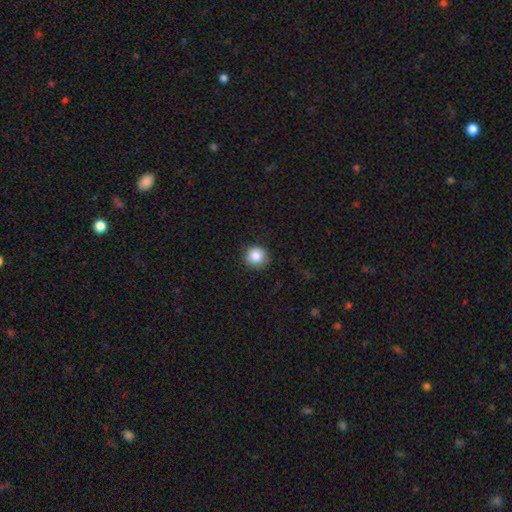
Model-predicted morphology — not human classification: A smooth galaxy with no disk features (86%) that is round (92%). Merging: none (86%).